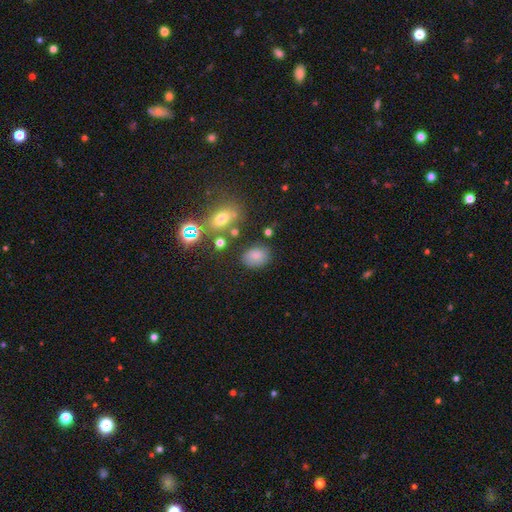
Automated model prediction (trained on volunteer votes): This appears to be a smooth galaxy with no disk features (76%) that is in between round and cigar-shaped (66%). Merging: none (73%).